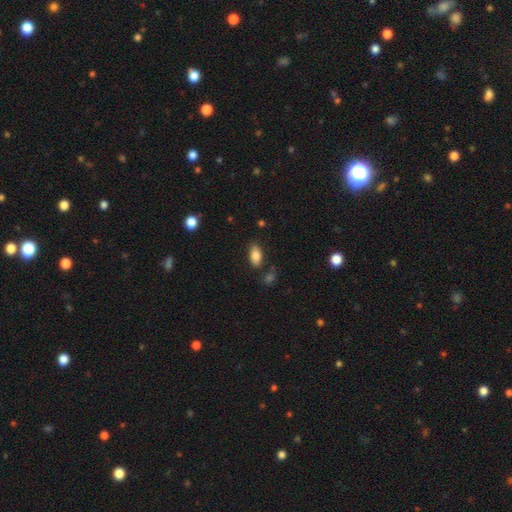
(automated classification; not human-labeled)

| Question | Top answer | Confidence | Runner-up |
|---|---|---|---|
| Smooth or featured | smooth | 83% | featured or disk (9%) |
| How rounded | in between | 91% | cigar-shaped (5%) |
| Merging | none | 78% | minor disturbance (13%) |